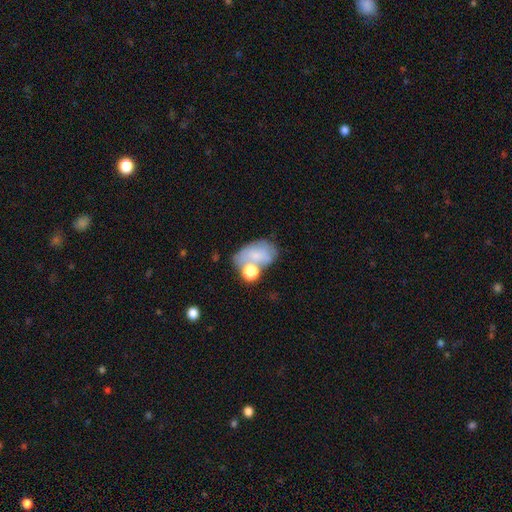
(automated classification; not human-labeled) Q: Smooth or featured?
A: smooth (63%); runner-up: featured or disk (27%)
Q: How rounded?
A: in between (82%); runner-up: round (16%)
Q: Merging?
A: none (36%); runner-up: merger (31%)